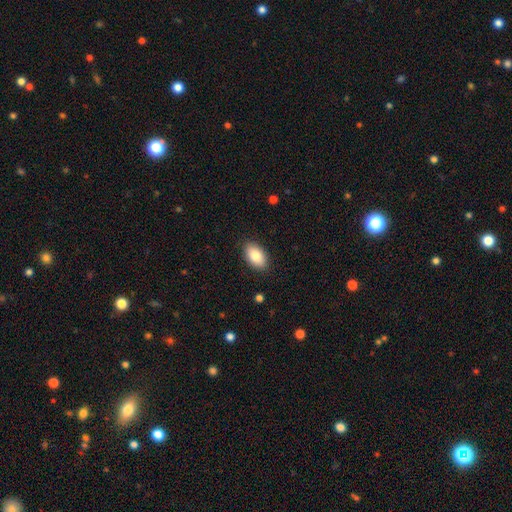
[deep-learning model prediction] Smooth or featured? Predicted: smooth (p=0.85). How rounded? Predicted: in between (p=0.94). Merging? Predicted: none (p=0.88).